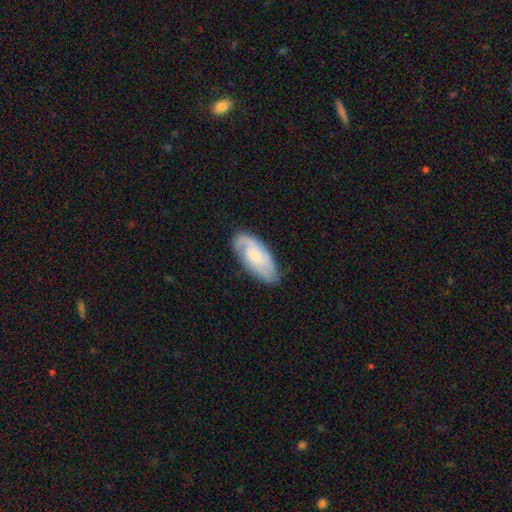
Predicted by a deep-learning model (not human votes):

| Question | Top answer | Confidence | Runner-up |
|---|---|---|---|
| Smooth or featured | featured or disk | 67% | smooth (27%) |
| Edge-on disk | no | 93% | yes (7%) |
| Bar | no | 70% | weak (26%) |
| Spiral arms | yes | 92% | no (8%) |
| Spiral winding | tight | 45% | medium (40%) |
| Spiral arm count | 2 | 46% | can't tell (25%) |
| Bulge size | small | 60% | moderate (33%) |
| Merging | none | 73% | minor disturbance (20%) |